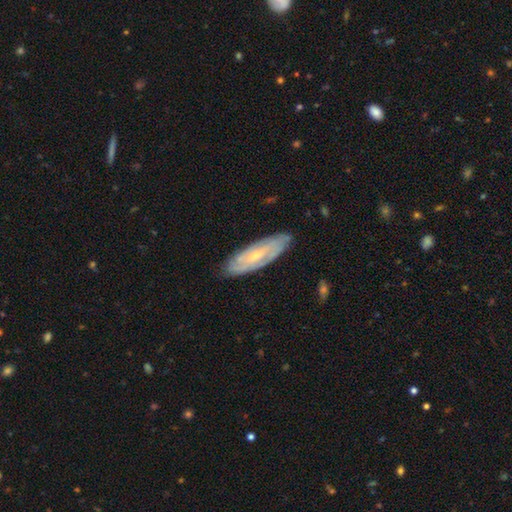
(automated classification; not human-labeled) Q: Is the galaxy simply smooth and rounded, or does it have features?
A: featured or disk — 66%.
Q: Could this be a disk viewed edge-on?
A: no — 77%.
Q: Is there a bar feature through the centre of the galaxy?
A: no — 57%.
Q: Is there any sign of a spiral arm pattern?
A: yes — 79%.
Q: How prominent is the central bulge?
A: small — 68%.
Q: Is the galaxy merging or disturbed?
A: none — 82%.